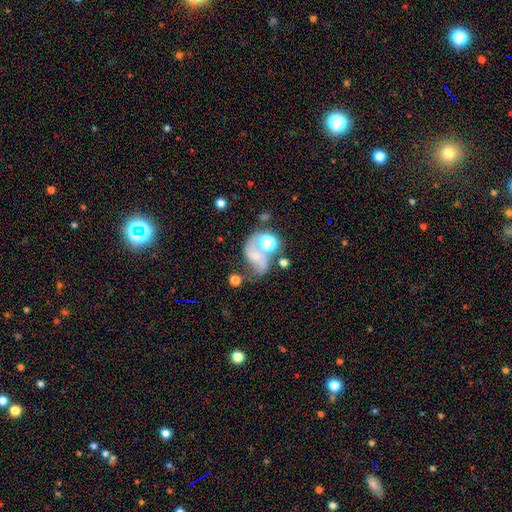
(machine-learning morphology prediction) Smooth or featured: featured or disk — 62% (smooth — 24%)
Edge-on disk: no — 97% (yes — 3%)
Bar: no — 56% (weak — 31%)
Spiral arms: yes — 82% (no — 18%)
Bulge size: small — 46% (moderate — 33%)
Merging: none — 36% (merger — 26%)